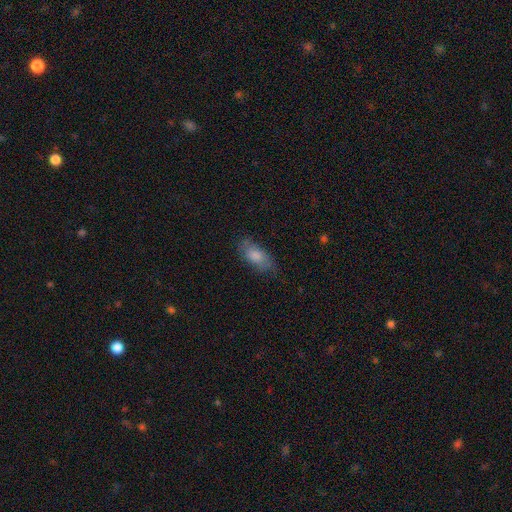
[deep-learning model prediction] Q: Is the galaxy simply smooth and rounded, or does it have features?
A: smooth — 77%.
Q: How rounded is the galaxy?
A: in between — 86%.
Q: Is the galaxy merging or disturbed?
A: none — 67%.